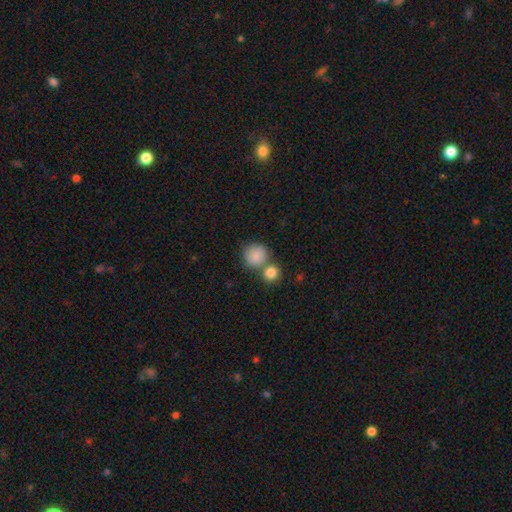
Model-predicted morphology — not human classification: A smooth galaxy with no disk features (86%) that is round (89%). Merging: none (55%).